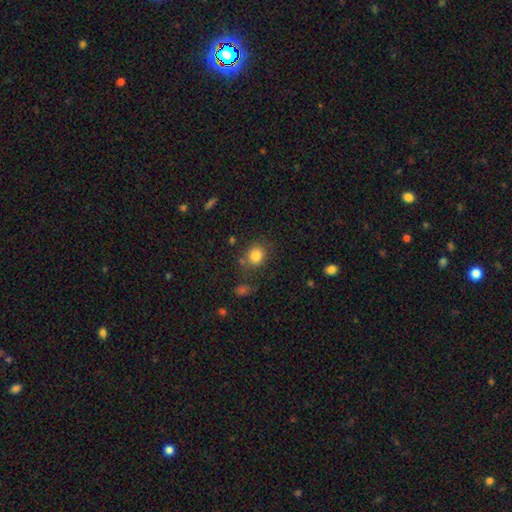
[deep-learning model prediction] Smooth or featured? Predicted: smooth (p=0.83). How rounded? Predicted: round (p=0.76). Merging? Predicted: none (p=0.76).